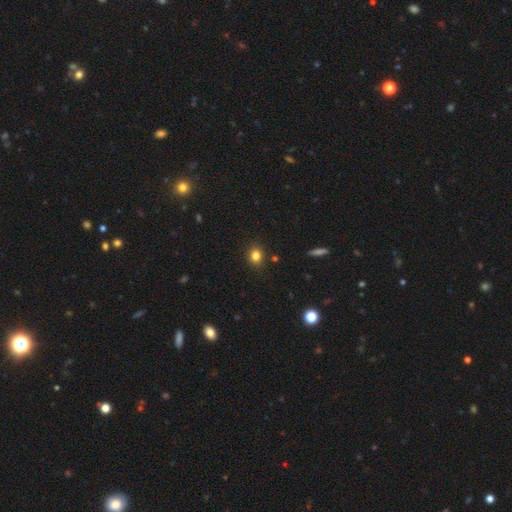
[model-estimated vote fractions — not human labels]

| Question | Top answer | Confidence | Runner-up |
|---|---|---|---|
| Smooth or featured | smooth | 82% | star or artifact (12%) |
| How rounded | round | 67% | in between (31%) |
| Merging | none | 87% | minor disturbance (9%) |